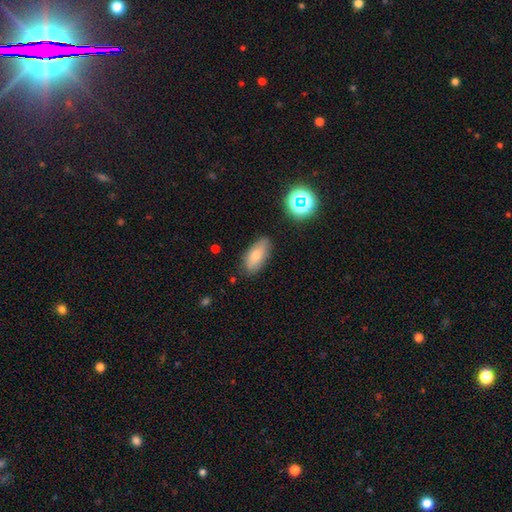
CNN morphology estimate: A smooth galaxy with no disk features (76%) that is in between round and cigar-shaped (87%).

Vote fractions:
- Smooth or featured? smooth: 76% / featured or disk: 15% / star or artifact: 9%
- How rounded? in between: 87% / cigar-shaped: 10% / round: 3%
- Merging? none: 79% / minor disturbance: 16% / major disturbance: 3% / merger: 2%